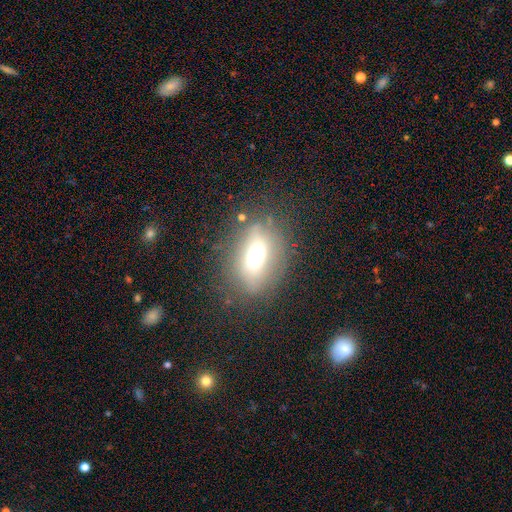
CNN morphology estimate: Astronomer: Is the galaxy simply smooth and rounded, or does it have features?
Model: smooth — 59%.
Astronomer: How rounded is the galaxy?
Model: in between — 73%.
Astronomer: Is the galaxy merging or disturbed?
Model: none — 70%.